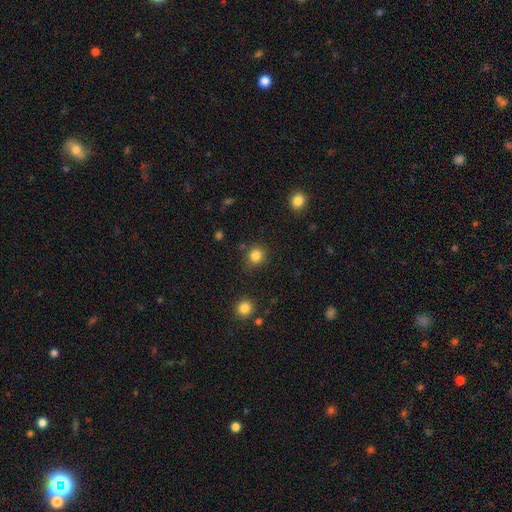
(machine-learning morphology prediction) Smooth or featured: smooth — 84% (star or artifact — 12%)
How rounded: round — 85% (in between — 14%)
Merging: none — 82% (minor disturbance — 11%)